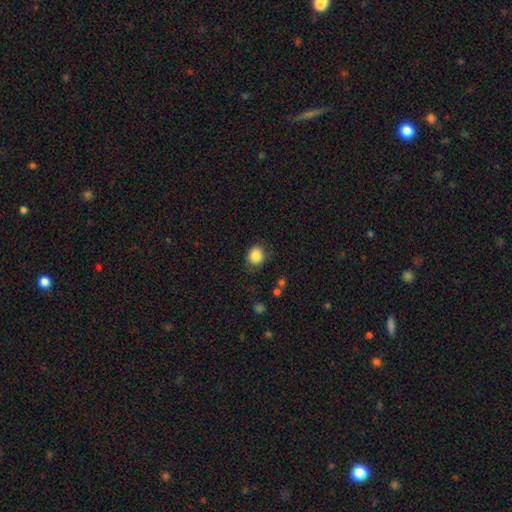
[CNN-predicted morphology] A smooth galaxy with no disk features (85%) that is round (66%).

Vote fractions:
- Smooth or featured? smooth: 85% / star or artifact: 9% / featured or disk: 5%
- How rounded? round: 66% / in between: 33% / cigar-shaped: 1%
- Merging? none: 80% / minor disturbance: 14% / major disturbance: 4% / merger: 2%